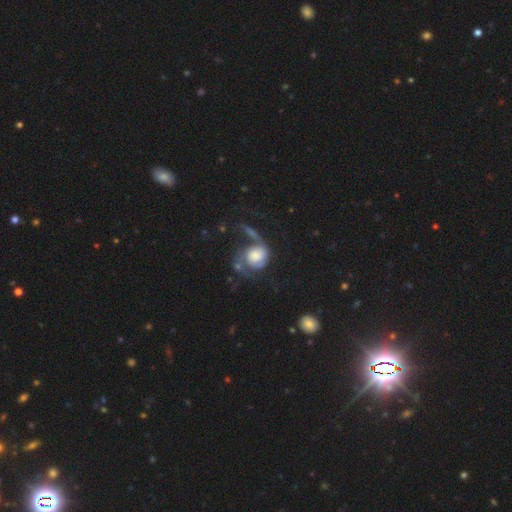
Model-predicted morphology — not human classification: The model was most divided on "spiral winding": medium: 36%, tight: 34%, loose: 29%. Remaining: edge-on disk — no (97%); spiral arms — yes (85%); bar — no (76%); smooth or featured — featured or disk (66%); spiral arm count — 2 (47%); bulge size — large (45%); merging — major disturbance (36%).